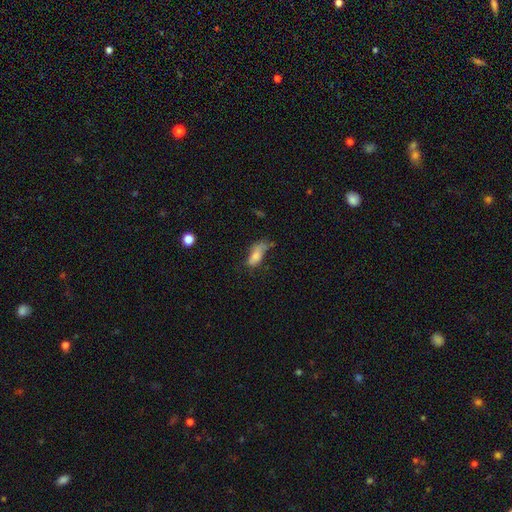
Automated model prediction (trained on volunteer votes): Smooth or featured?
  - smooth: 73% *
  - featured or disk: 17%
  - star or artifact: 10%
How rounded?
  - in between: 78% *
  - cigar-shaped: 19%
  - round: 3%
Merging?
  - minor disturbance: 34% *
  - none: 33%
  - major disturbance: 27%
  - merger: 6%